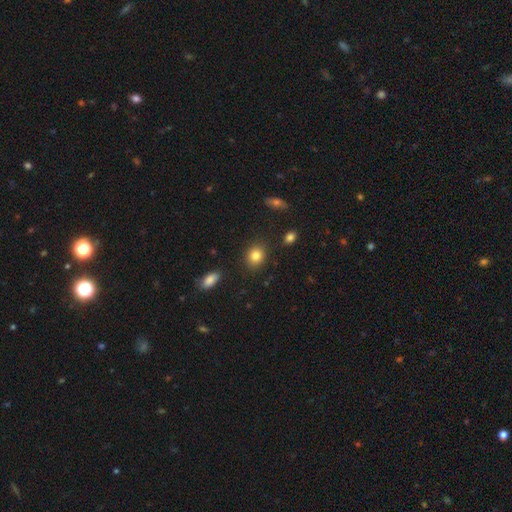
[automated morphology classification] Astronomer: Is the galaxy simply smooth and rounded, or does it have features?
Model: smooth — 83%.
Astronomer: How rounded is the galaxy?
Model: round — 64%.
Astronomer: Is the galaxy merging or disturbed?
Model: none — 87%.